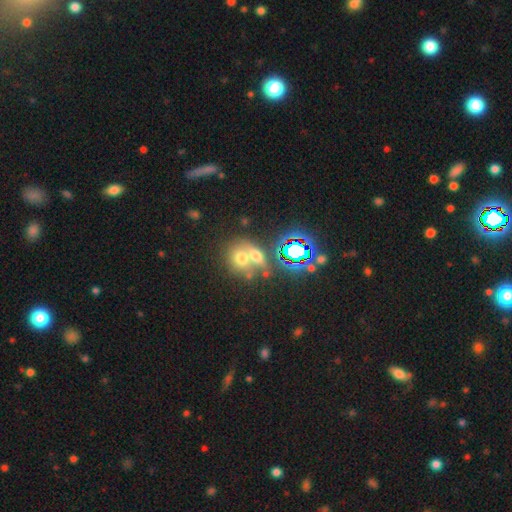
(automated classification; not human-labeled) This is possibly a smooth galaxy (55%). How rounded: possibly round (59%). Merging: possibly merger (57%).